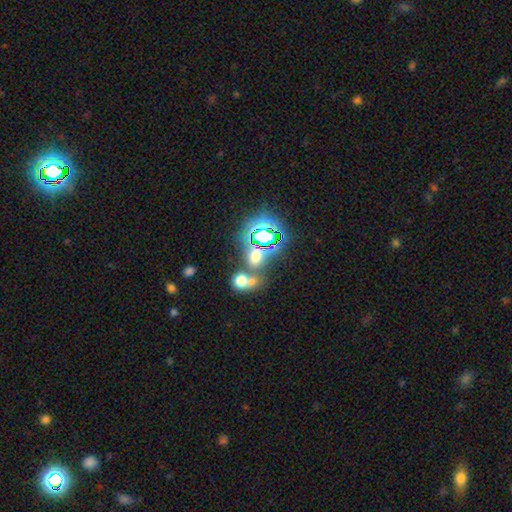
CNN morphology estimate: Overall: star or artifact (48%; smooth 41%).